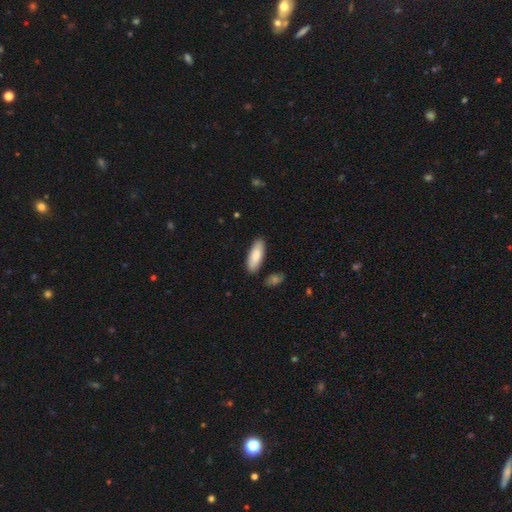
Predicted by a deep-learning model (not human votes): Smooth or featured? Predicted: smooth (p=0.86). How rounded? Predicted: in between (p=0.72). Merging? Predicted: none (p=0.87).